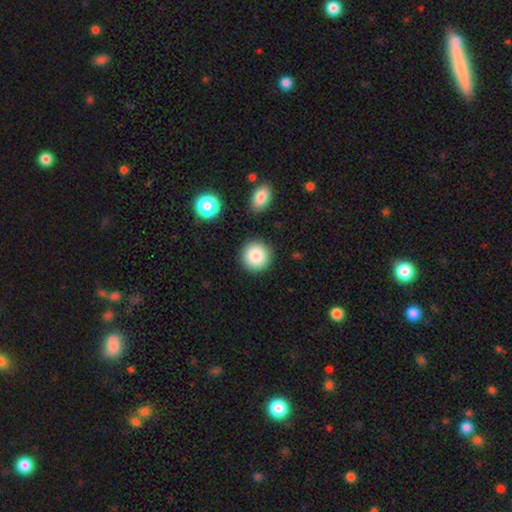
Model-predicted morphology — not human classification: smooth 85%, star or artifact 9%, featured or disk 6%. Down the decision tree: how rounded — round (94%); merging — none (88%).